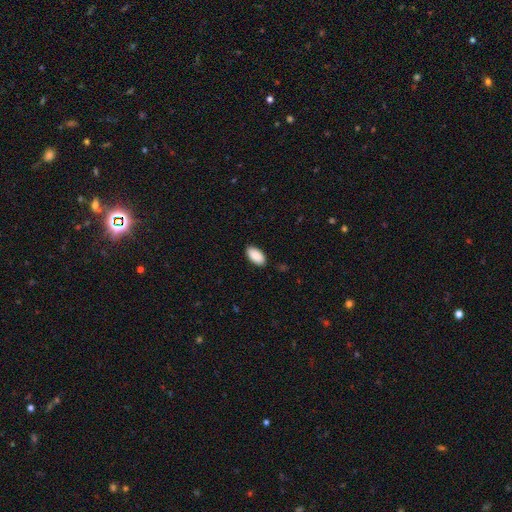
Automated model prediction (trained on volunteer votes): This is clearly a smooth galaxy (91%). How rounded: clearly in between (95%). Merging: clearly none (89%).